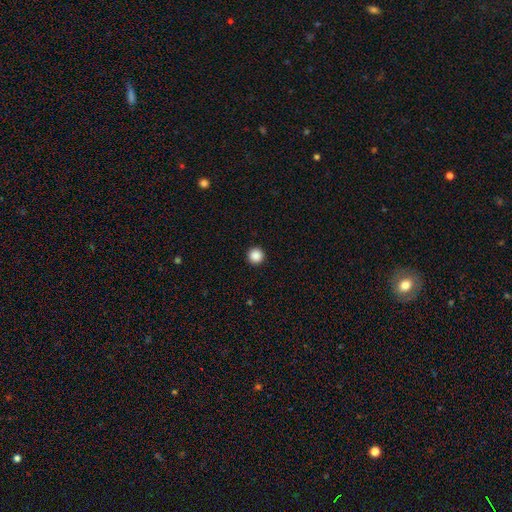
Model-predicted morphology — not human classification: smooth_or_featured: smooth (p=0.88) [alt: star or artifact p=0.10]
how_rounded: round (p=0.97) [alt: in between p=0.02]
merging: none (p=0.94) [alt: minor disturbance p=0.04]